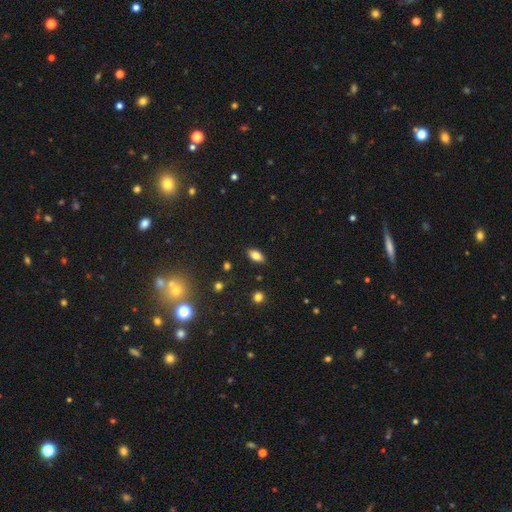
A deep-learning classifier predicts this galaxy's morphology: Smooth or featured? smooth (78%)
How rounded? in between (89%)
Merging? none (87%)